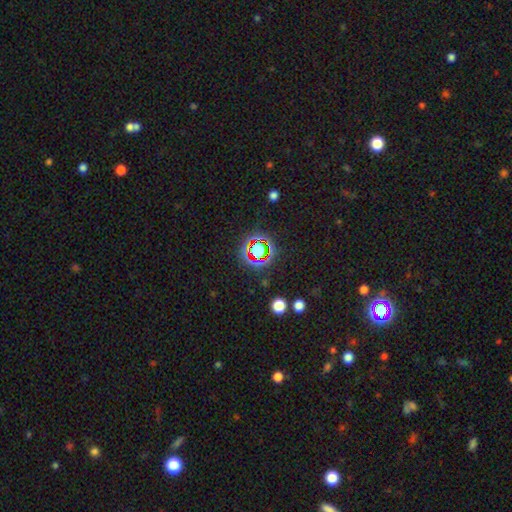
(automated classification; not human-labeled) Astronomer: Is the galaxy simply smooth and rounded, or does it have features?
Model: star or artifact — 66%.